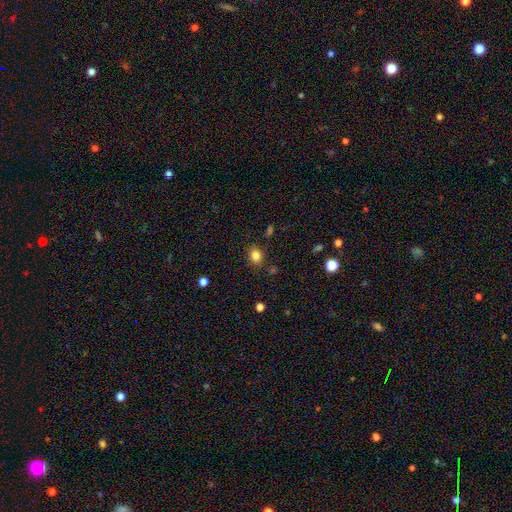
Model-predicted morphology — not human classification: Overall: smooth (83%). How rounded: round (52%; in between 47%). Merging: none (83%).